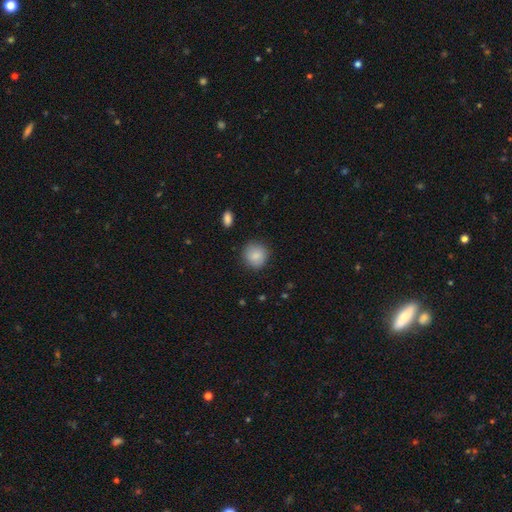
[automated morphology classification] Smooth or featured? Predicted: smooth (p=0.87). How rounded? Predicted: round (p=0.90). Merging? Predicted: none (p=0.86).